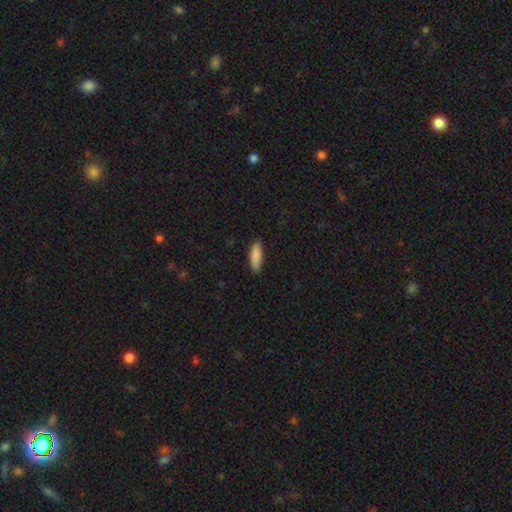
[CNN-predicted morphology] A smooth galaxy with no disk features (89%) that is in between round and cigar-shaped (51%). Merging: none (87%).